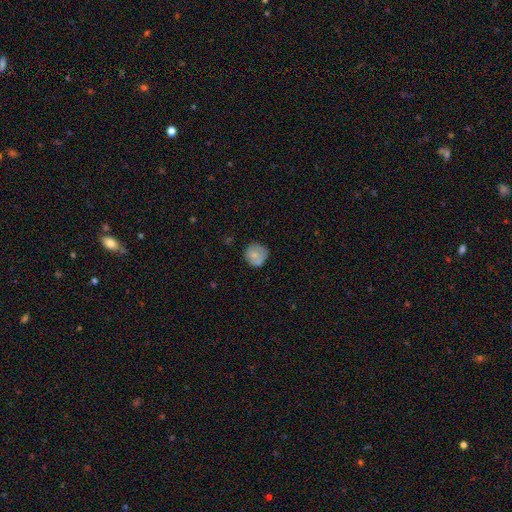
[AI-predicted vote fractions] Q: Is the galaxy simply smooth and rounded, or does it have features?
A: smooth — 76%.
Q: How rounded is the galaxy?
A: round — 90%.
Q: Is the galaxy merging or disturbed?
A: none — 69%.